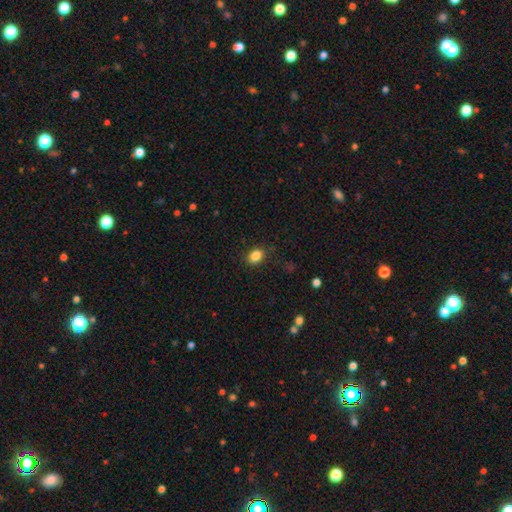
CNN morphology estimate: smooth_or_featured: smooth (p=0.86) [alt: star or artifact p=0.10]
how_rounded: in between (p=0.61) [alt: round p=0.38]
merging: none (p=0.85) [alt: minor disturbance p=0.11]